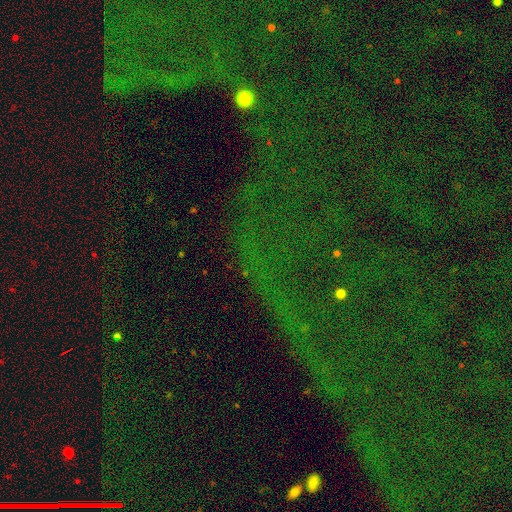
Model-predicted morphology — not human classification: A star or artifact, not a galaxy (81%).

Vote fractions:
- Smooth or featured? star or artifact: 81% / smooth: 10% / featured or disk: 9%